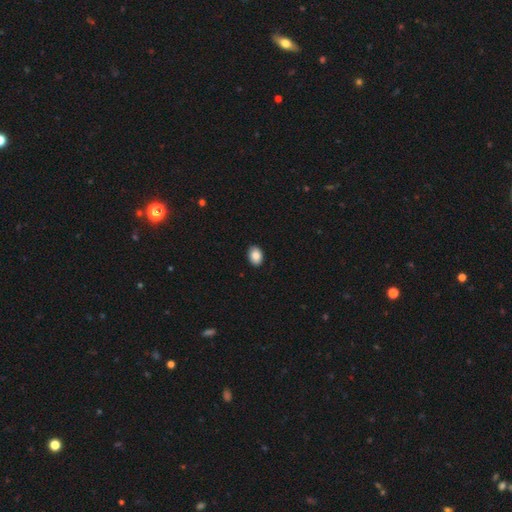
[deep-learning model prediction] This appears to be a smooth galaxy with no disk features (88%) that is in between round and cigar-shaped (80%). Merging: none (89%).